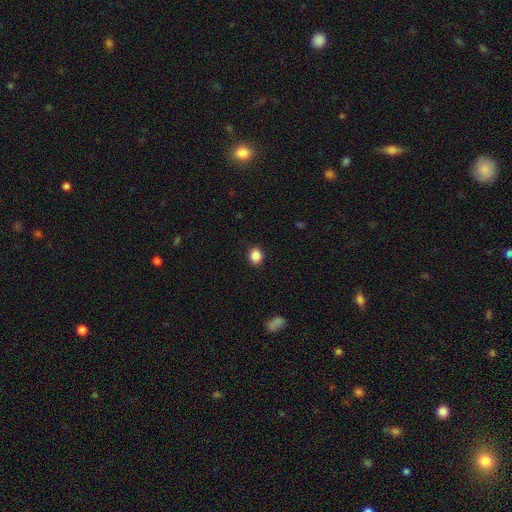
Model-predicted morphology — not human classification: Smooth or featured? Predicted: smooth (p=0.86). How rounded? Predicted: round (p=0.71). Merging? Predicted: none (p=0.89).